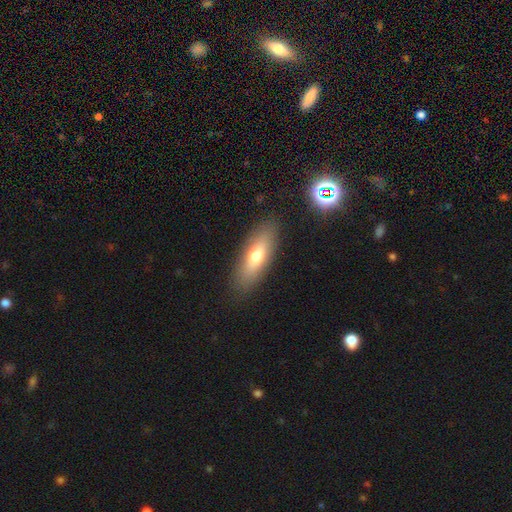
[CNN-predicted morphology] smooth_or_featured: smooth (p=0.68) [alt: featured or disk p=0.25]
how_rounded: in between (p=0.61) [alt: cigar-shaped p=0.36]
merging: none (p=0.87) [alt: minor disturbance p=0.09]